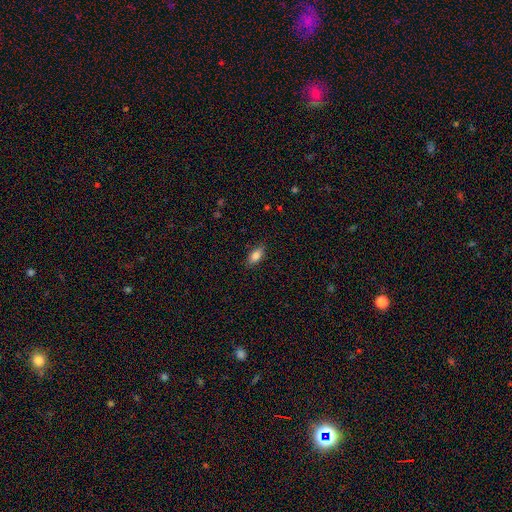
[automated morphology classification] Smooth or featured: smooth — 82% (featured or disk — 10%)
How rounded: in between — 84% (cigar-shaped — 12%)
Merging: none — 85% (minor disturbance — 11%)